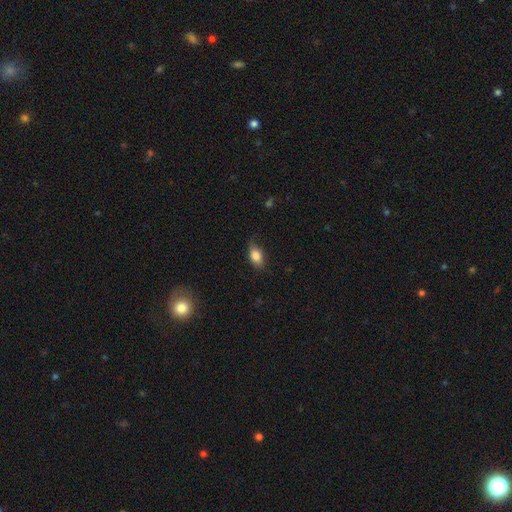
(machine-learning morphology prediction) A smooth galaxy with no disk features (83%) that is in between round and cigar-shaped (86%).

Vote fractions:
- Smooth or featured? smooth: 83% / featured or disk: 9% / star or artifact: 8%
- How rounded? in between: 86% / round: 9% / cigar-shaped: 5%
- Merging? none: 76% / minor disturbance: 19% / major disturbance: 4% / merger: 1%